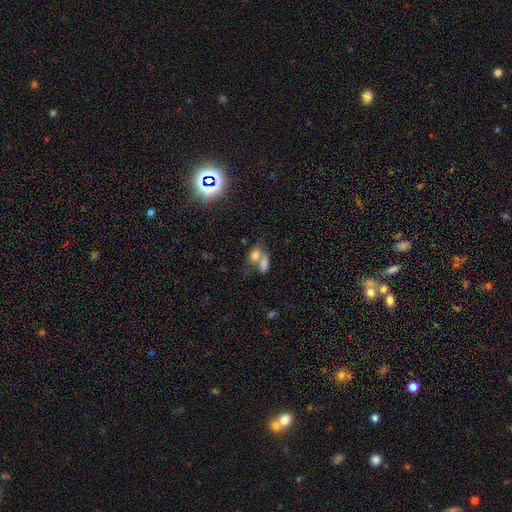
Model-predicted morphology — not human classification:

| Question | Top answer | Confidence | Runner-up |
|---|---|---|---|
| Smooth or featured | smooth | 72% | featured or disk (15%) |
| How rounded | in between | 79% | round (18%) |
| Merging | merger | 63% | none (23%) |